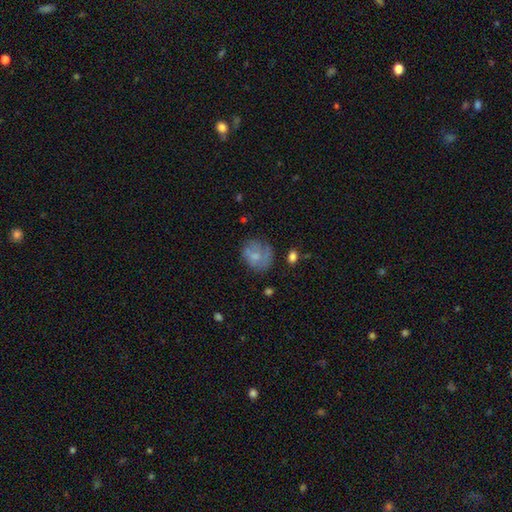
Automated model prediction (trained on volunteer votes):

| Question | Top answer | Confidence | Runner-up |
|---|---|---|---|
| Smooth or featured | smooth | 55% | featured or disk (35%) |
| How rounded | round | 67% | in between (32%) |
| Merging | none | 51% | minor disturbance (26%) |